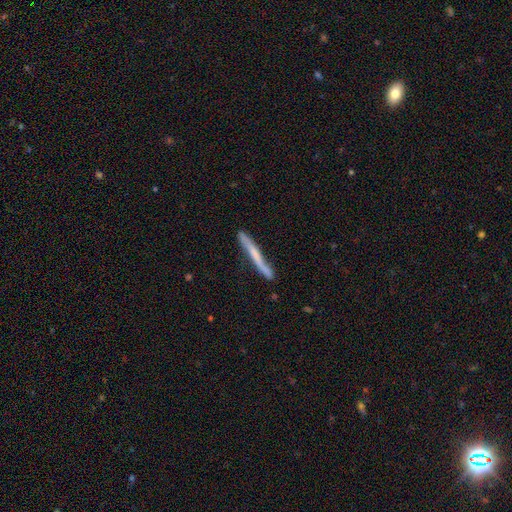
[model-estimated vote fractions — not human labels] Smooth or featured? featured or disk (49%)
Merging? none (80%)